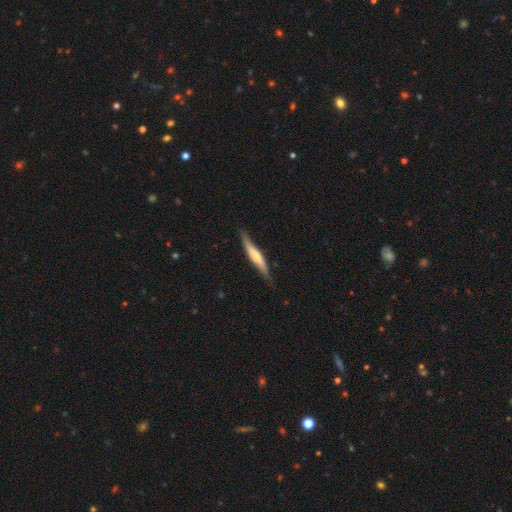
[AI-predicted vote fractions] Smooth or featured? Predicted: featured or disk (p=0.51). Edge-on disk? Predicted: yes (p=0.86). Merging? Predicted: none (p=0.75).